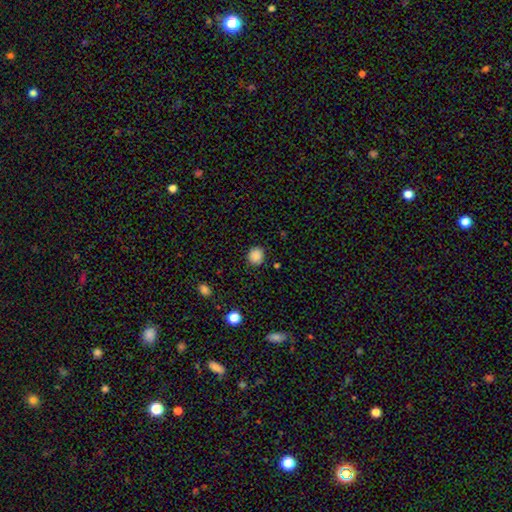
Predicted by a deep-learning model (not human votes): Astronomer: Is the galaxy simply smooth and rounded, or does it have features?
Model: smooth — 86%.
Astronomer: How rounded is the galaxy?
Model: round — 85%.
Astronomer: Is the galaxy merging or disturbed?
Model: none — 87%.